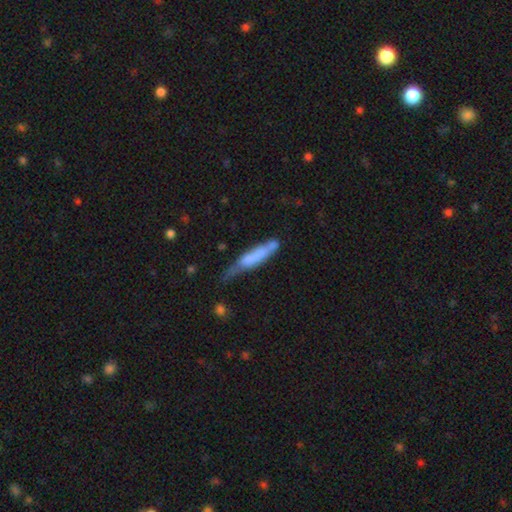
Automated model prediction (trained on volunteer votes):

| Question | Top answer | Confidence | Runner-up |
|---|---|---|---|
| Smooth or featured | smooth | 62% | featured or disk (31%) |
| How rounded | cigar-shaped | 86% | in between (13%) |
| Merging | none | 39% | minor disturbance (34%) |